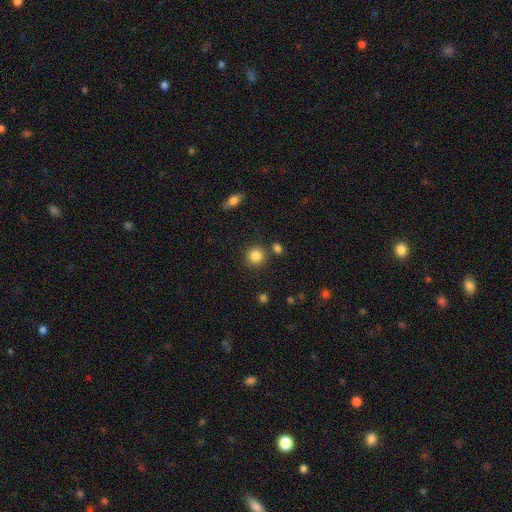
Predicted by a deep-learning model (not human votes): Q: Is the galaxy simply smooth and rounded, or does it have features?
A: smooth — 85%.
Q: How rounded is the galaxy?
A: round — 91%.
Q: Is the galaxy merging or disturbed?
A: none — 82%.